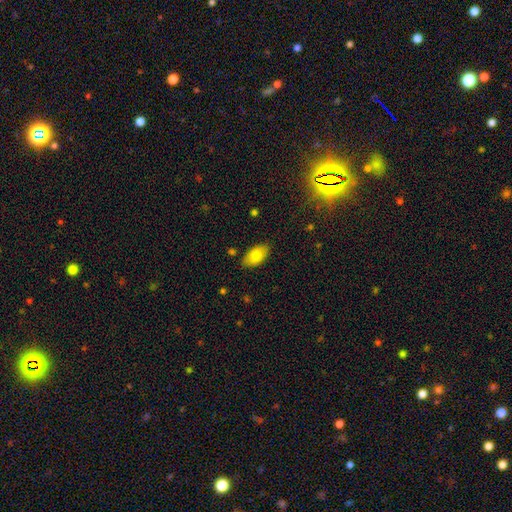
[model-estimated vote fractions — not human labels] smooth-or-featured: smooth: 81% | featured or disk: 12% | star or artifact: 7%
  how-rounded: in between: 94% | round: 4% | cigar-shaped: 3%
  merging: none: 84% | minor disturbance: 12% | major disturbance: 3% | merger: 1%